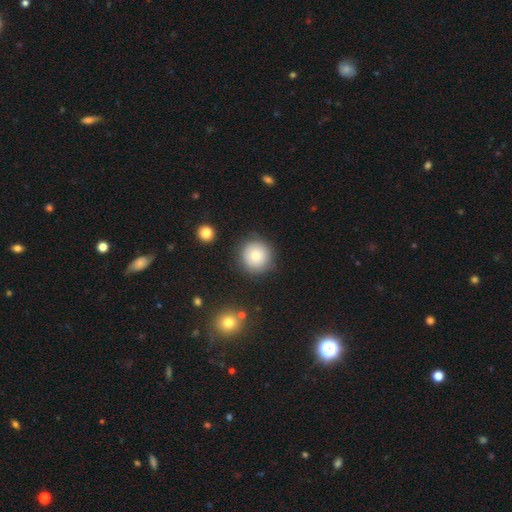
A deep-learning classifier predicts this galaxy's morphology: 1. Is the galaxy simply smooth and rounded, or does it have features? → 78% smooth, 12% featured or disk, 9% star or artifact.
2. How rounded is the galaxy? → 94% round, 5% in between, 1% cigar-shaped.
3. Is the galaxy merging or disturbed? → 84% none, 10% minor disturbance, 3% major disturbance, 2% merger.